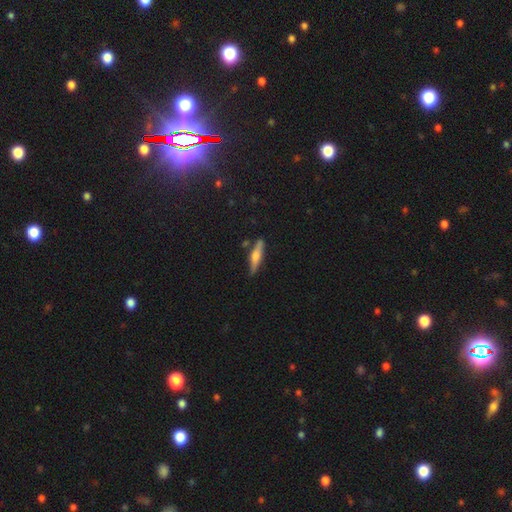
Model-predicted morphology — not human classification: Smooth or featured: featured or disk — 52% (smooth — 42%)
Edge-on disk: yes — 95% (no — 5%)
Merging: none — 82% (minor disturbance — 12%)